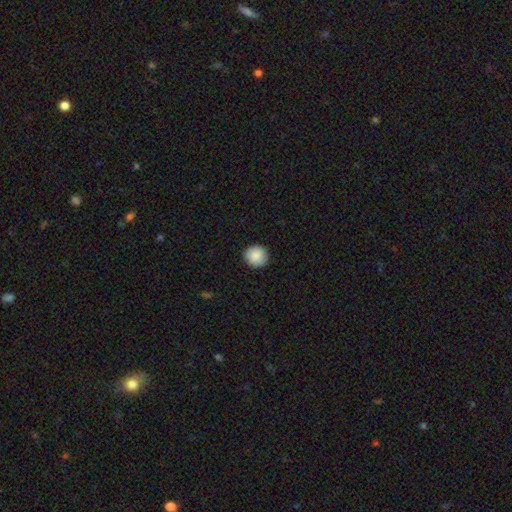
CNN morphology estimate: A smooth galaxy with no disk features (89%) that is round (90%).

Vote fractions:
- Smooth or featured? smooth: 89% / star or artifact: 7% / featured or disk: 3%
- How rounded? round: 90% / in between: 9% / cigar-shaped: 1%
- Merging? none: 91% / minor disturbance: 7% / major disturbance: 2% / merger: 1%